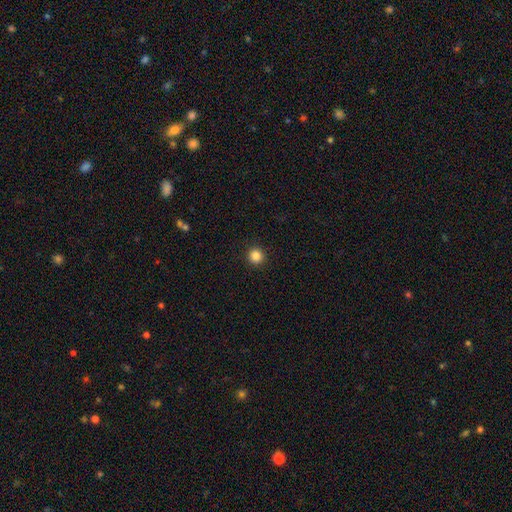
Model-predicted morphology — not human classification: type=smooth (85%); roundness=round (94%); merging=none (93%).